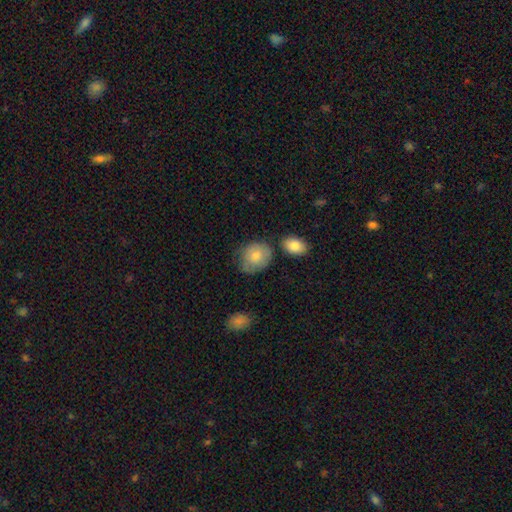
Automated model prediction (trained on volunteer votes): Overall: smooth (78%). How rounded: round (61%; in between 38%). Merging: none (57%; minor disturbance 27%).